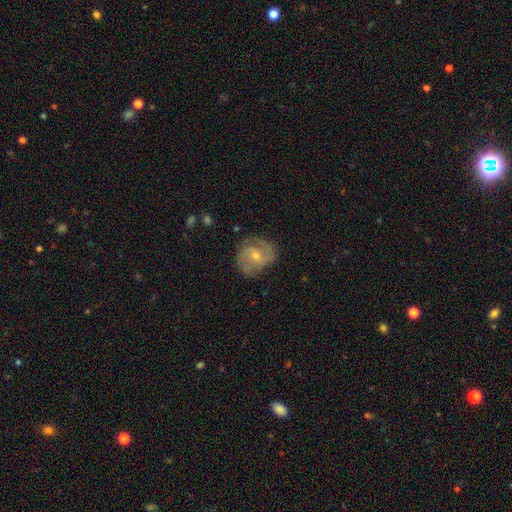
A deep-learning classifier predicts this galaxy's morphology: The model was most divided on "spiral winding": medium: 45%, tight: 39%, loose: 16%. More confident: edge-on disk — no (97%); spiral arms — yes (91%); smooth or featured — featured or disk (74%); merging — none (73%); spiral arm count — 2 (65%); bulge size — small (59%); bar — no (57%).